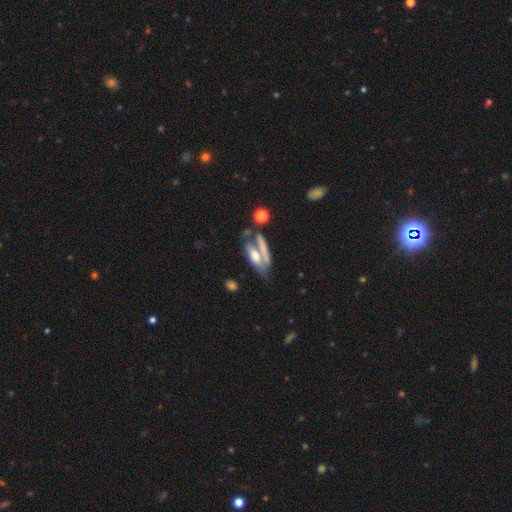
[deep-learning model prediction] A smooth galaxy with no disk features (50%) that is in between round and cigar-shaped (58%).

Vote fractions:
- Smooth or featured? smooth: 50% / featured or disk: 42% / star or artifact: 8%
- How rounded? in between: 58% / cigar-shaped: 37% / round: 5%
- Merging? merger: 40% / none: 33% / minor disturbance: 15% / major disturbance: 12%